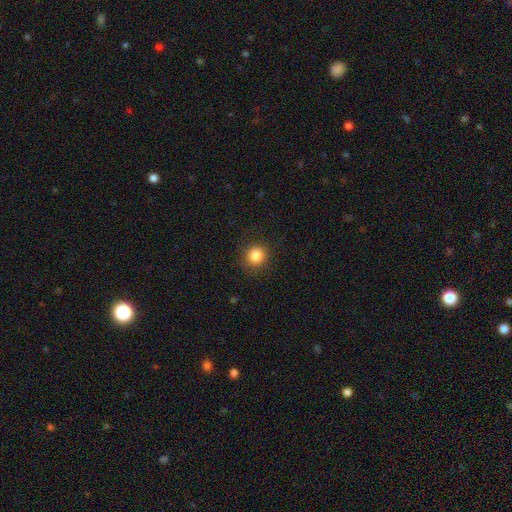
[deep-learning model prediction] A smooth galaxy with no disk features (86%) that is round (89%). Merging: none (88%).